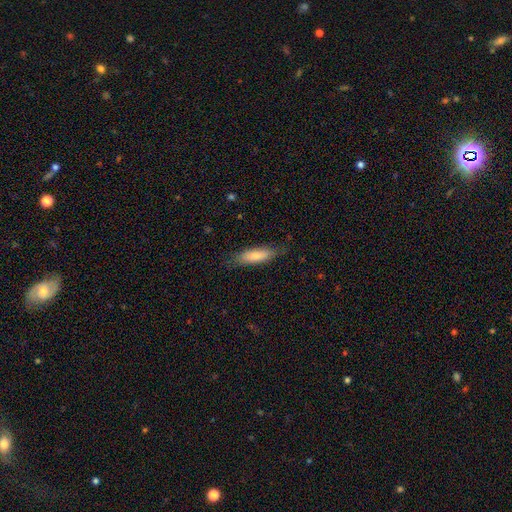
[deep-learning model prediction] Q: Smooth or featured?
A: smooth (76%); runner-up: featured or disk (18%)
Q: How rounded?
A: cigar-shaped (52%); runner-up: in between (46%)
Q: Merging?
A: none (79%); runner-up: minor disturbance (16%)